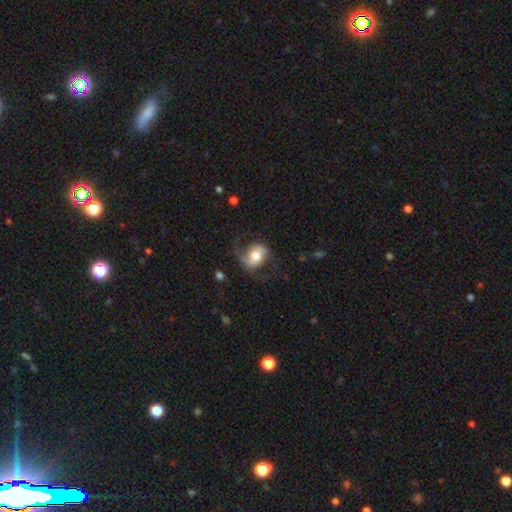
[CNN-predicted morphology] Overall: featured or disk (59%; smooth 34%). Edge-on disk: no (96%). Bar: no (48%; weak 34%). Spiral arms: yes (87%). Bulge size: moderate (63%; large 24%). Merging: none (56%; minor disturbance 22%).